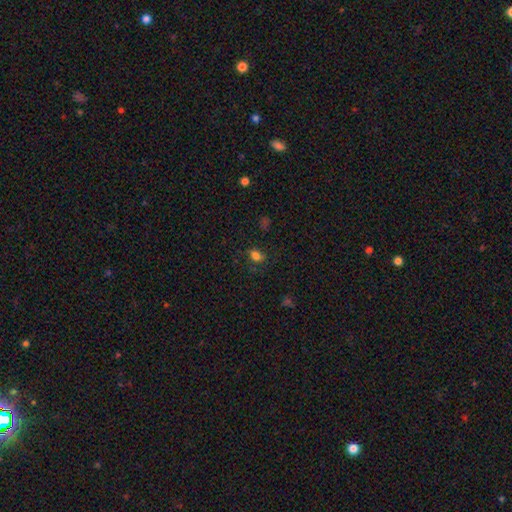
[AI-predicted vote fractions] This appears to be a smooth galaxy with no disk features (79%) that is in between round and cigar-shaped (74%). Merging: none (74%).